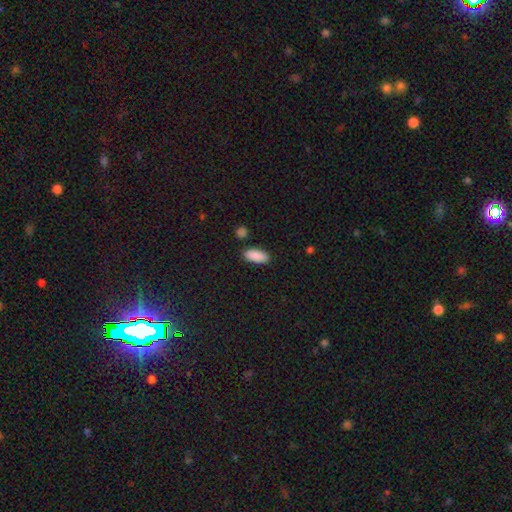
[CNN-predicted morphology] Overall: smooth (90%). How rounded: in between (86%). Merging: none (85%).